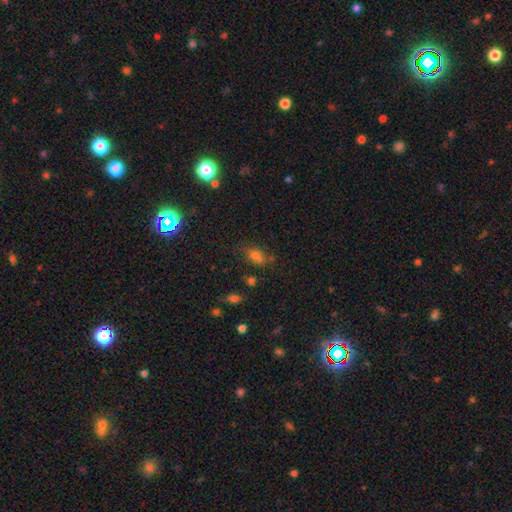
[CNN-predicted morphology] Overall: smooth (58%; star or artifact 30%). How rounded: in between (70%). Merging: none (59%; minor disturbance 21%).